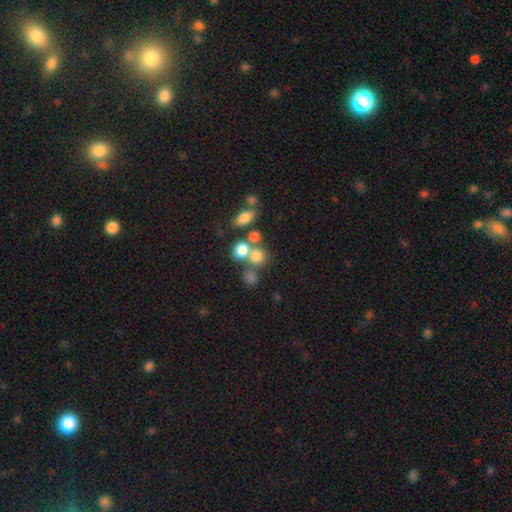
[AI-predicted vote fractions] smooth 72%, star or artifact 15%, featured or disk 13%. Down the decision tree: how rounded — round (79%); merging — none (46%).